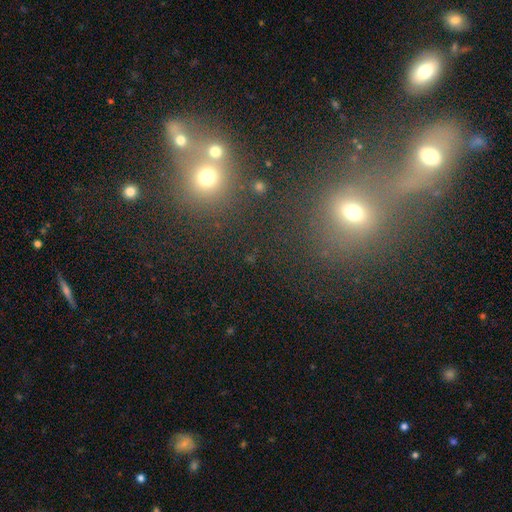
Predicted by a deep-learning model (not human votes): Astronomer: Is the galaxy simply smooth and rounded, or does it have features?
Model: smooth — 48% (runner-up: star or artifact, 40%).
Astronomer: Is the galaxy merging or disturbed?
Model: none — 52% (runner-up: merger, 33%).